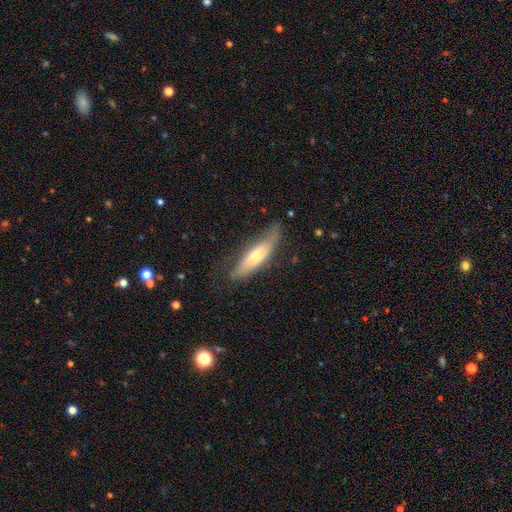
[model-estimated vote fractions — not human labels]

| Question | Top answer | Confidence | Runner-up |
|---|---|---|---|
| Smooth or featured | smooth | 52% | featured or disk (41%) |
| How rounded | cigar-shaped | 64% | in between (34%) |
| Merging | none | 61% | minor disturbance (27%) |